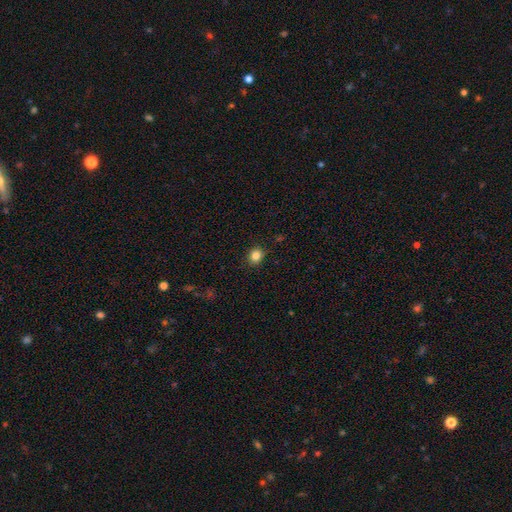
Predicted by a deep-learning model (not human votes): Smooth or featured? smooth (84%)
How rounded? round (77%)
Merging? none (88%)